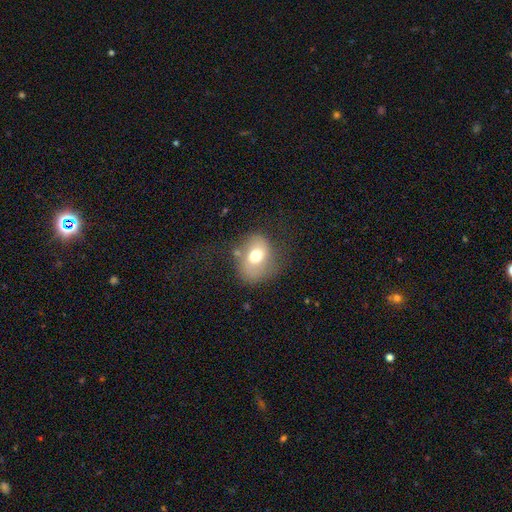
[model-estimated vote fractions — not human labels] Overall: smooth (61%; featured or disk 29%). How rounded: in between (52%; round 47%). Merging: none (57%; minor disturbance 24%).